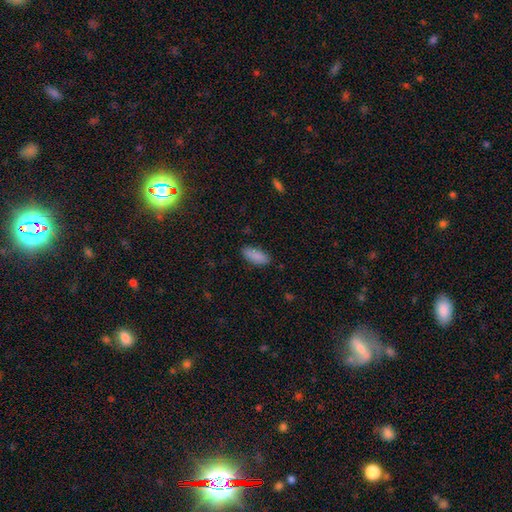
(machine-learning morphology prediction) This is clearly a smooth galaxy (89%). How rounded: clearly in between (83%). Merging: clearly none (85%).